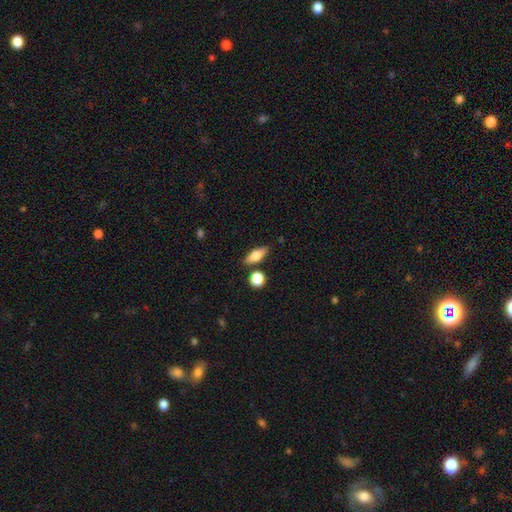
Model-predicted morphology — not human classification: Smooth or featured? Predicted: smooth (p=0.66). How rounded? Predicted: in between (p=0.66). Merging? Predicted: none (p=0.80).